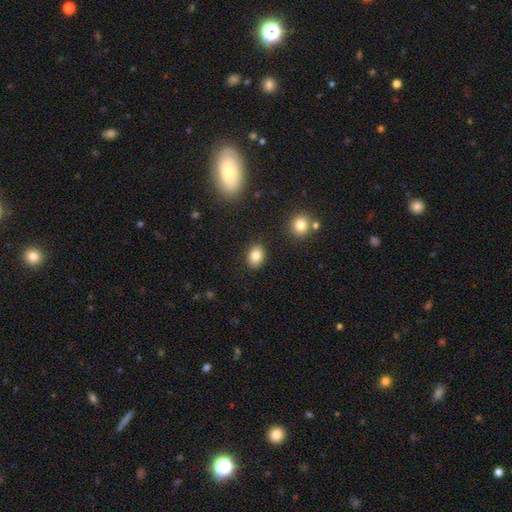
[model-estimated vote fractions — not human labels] This is clearly a smooth galaxy (83%). How rounded: likely in between (67%). Merging: clearly none (87%).